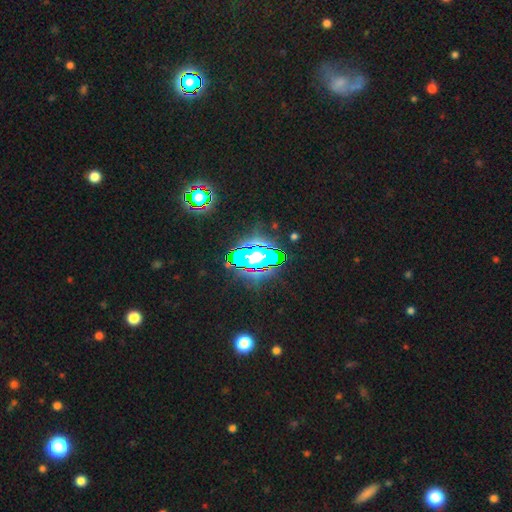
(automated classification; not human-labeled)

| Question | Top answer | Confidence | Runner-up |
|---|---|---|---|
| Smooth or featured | star or artifact | 57% | smooth (24%) |